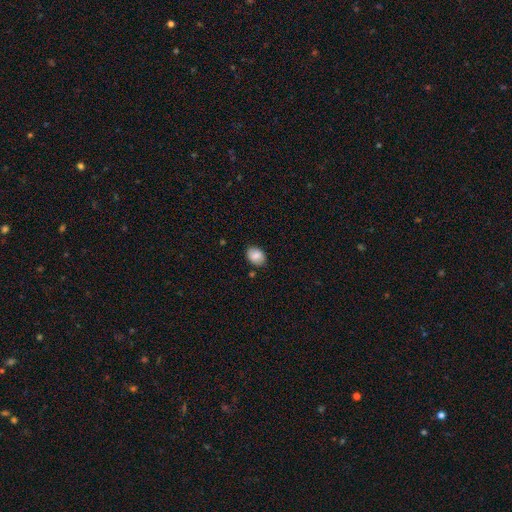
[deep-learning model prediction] Q: Smooth or featured?
A: smooth (83%); runner-up: featured or disk (9%)
Q: How rounded?
A: in between (71%); runner-up: round (28%)
Q: Merging?
A: none (82%); runner-up: minor disturbance (14%)